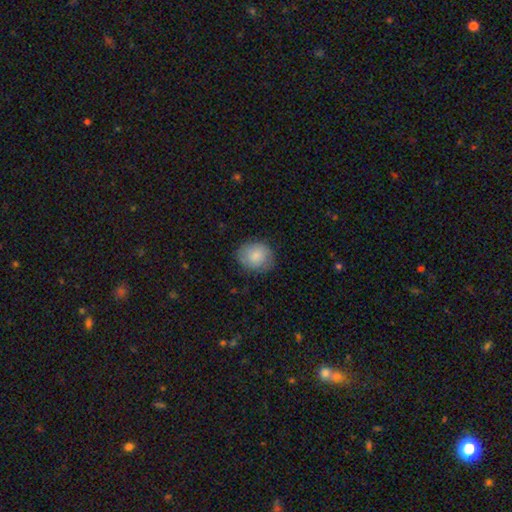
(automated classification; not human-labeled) Smooth or featured?
  - smooth: 80% *
  - featured or disk: 13%
  - star or artifact: 7%
How rounded?
  - round: 63% *
  - in between: 36%
  - cigar-shaped: 1%
Merging?
  - none: 78% *
  - minor disturbance: 17%
  - major disturbance: 4%
  - merger: 1%